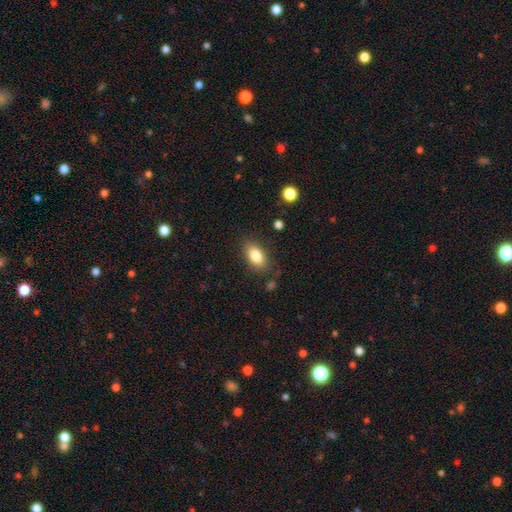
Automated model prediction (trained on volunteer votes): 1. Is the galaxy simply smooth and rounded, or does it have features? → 84% smooth, 9% featured or disk, 7% star or artifact.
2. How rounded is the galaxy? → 90% in between, 6% round, 4% cigar-shaped.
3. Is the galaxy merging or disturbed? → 81% none, 13% minor disturbance, 4% major disturbance, 2% merger.